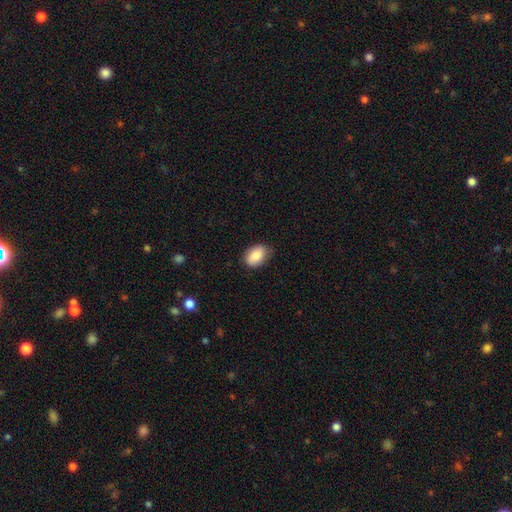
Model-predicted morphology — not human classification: Smooth or featured?
  - smooth: 87% *
  - star or artifact: 7%
  - featured or disk: 7%
How rounded?
  - in between: 88% *
  - round: 11%
  - cigar-shaped: 1%
Merging?
  - none: 80% *
  - minor disturbance: 17%
  - major disturbance: 3%
  - merger: 1%